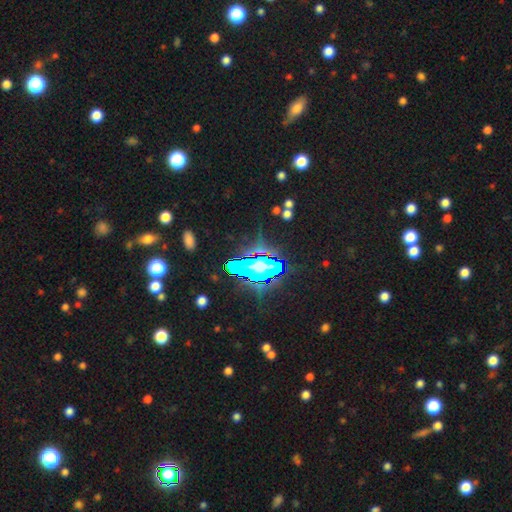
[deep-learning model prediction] smooth-or-featured: star or artifact: 55% | smooth: 23% | featured or disk: 22%